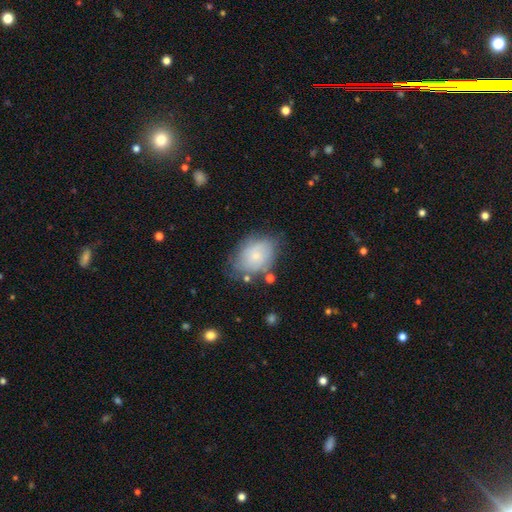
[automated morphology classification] smooth_or_featured: smooth (p=0.58) [alt: featured or disk p=0.33]
how_rounded: in between (p=0.73) [alt: round p=0.26]
merging: none (p=0.57) [alt: minor disturbance p=0.28]